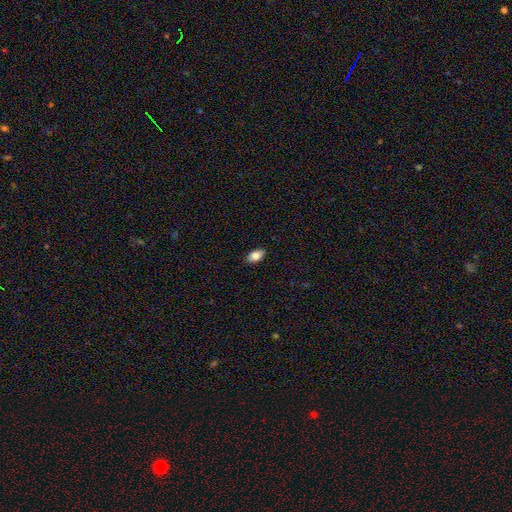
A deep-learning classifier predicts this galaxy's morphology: The model was most divided on "smooth or featured": smooth: 83%, featured or disk: 10%, star or artifact: 7%. More confident: how rounded — in between (93%); merging — none (89%).